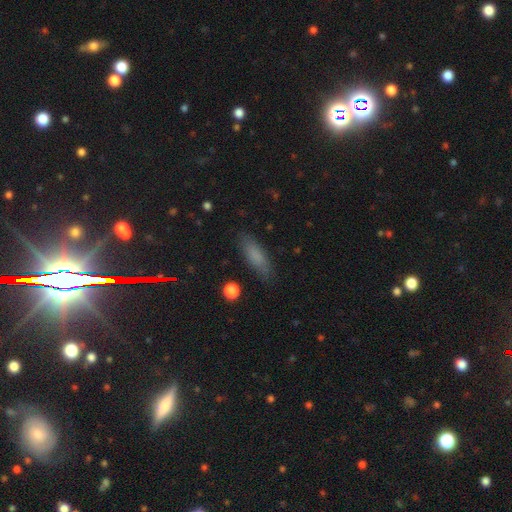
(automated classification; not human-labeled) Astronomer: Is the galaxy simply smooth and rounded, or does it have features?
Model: smooth — 79%.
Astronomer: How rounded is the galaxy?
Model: in between — 54% (runner-up: cigar-shaped, 44%).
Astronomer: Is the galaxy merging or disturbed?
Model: none — 84%.